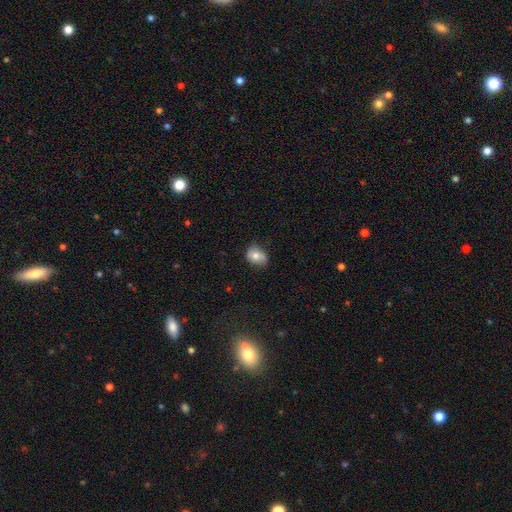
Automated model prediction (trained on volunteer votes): A smooth galaxy with no disk features (74%) that is in between round and cigar-shaped (63%). Merging: none (69%).